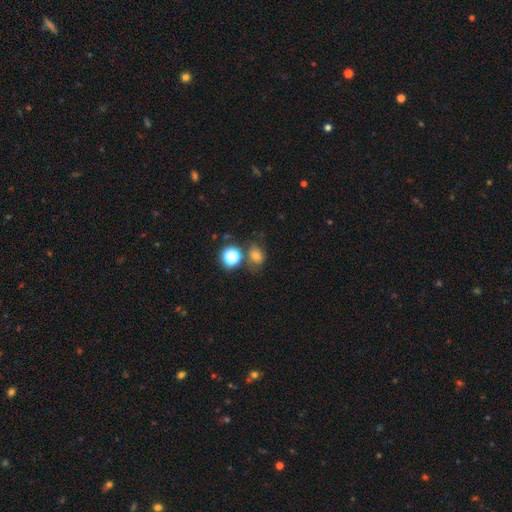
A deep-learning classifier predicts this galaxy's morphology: Smooth or featured?
  - smooth: 62% *
  - star or artifact: 24%
  - featured or disk: 14%
How rounded?
  - round: 58% *
  - in between: 41%
  - cigar-shaped: 1%
Merging?
  - none: 62% *
  - minor disturbance: 17%
  - merger: 13%
  - major disturbance: 8%